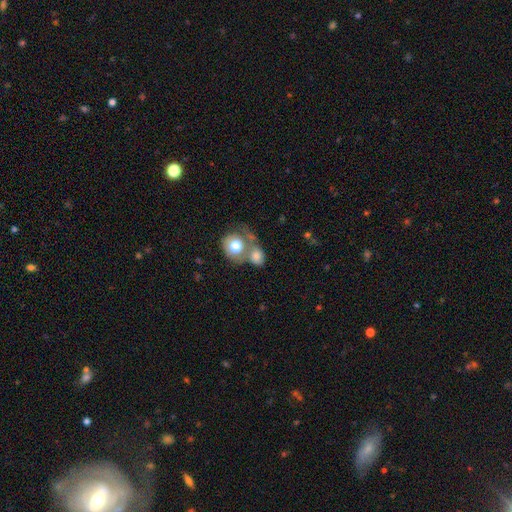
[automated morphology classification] type=smooth (70%); roundness=round (67%); merging=merger (55%).